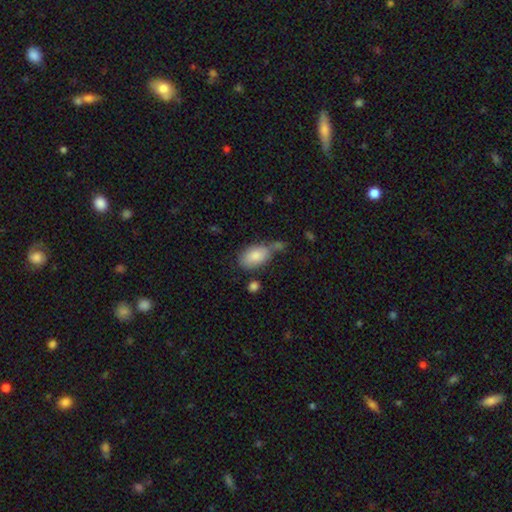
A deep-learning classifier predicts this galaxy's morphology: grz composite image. It shows a smooth galaxy with no disk features (84%) that is in between round and cigar-shaped (92%). Merging: none (49%).